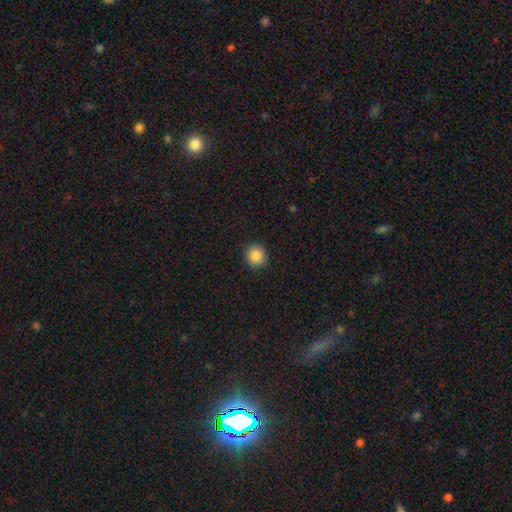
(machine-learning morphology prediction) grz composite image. It shows a smooth galaxy with no disk features (87%) that is round (87%). Merging: none (90%).